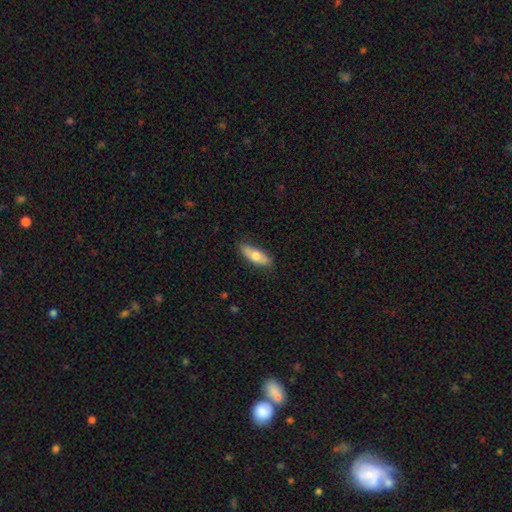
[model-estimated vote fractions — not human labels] smooth 70%, featured or disk 24%, star or artifact 6%. Down the decision tree: how rounded — in between (69%); merging — none (81%).